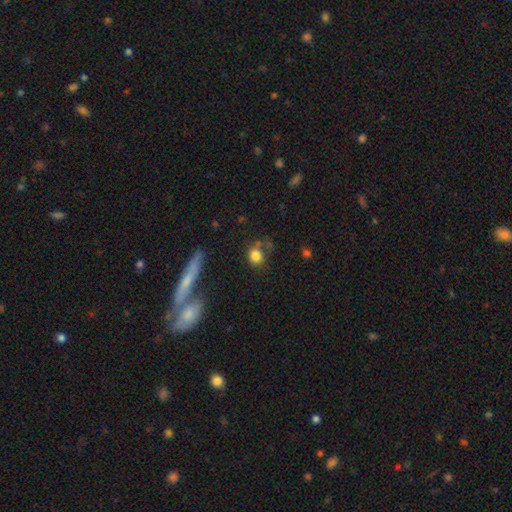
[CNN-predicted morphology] The model was most divided on "merging": none: 62%, minor disturbance: 17%, merger: 12%, major disturbance: 9%. More confident: smooth or featured — smooth (82%); how rounded — round (73%).